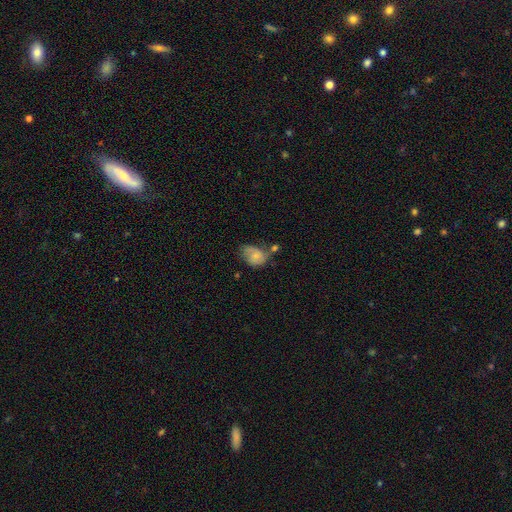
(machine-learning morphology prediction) The model was most divided on "merging": none: 32%, minor disturbance: 31%, major disturbance: 19%, merger: 18%. More confident: how rounded — in between (67%); smooth or featured — smooth (58%).